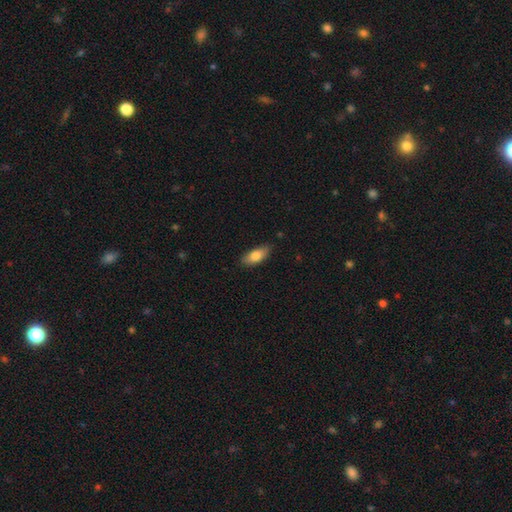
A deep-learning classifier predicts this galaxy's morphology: The model was most divided on "smooth or featured": smooth: 78%, featured or disk: 15%, star or artifact: 6%. More confident: how rounded — in between (81%); merging — none (81%).